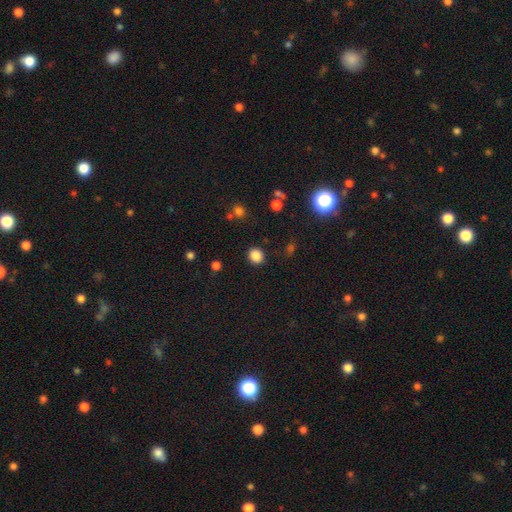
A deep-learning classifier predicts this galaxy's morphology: smooth_or_featured: smooth (p=0.85) [alt: star or artifact p=0.12]
how_rounded: round (p=0.81) [alt: in between p=0.18]
merging: none (p=0.88) [alt: minor disturbance p=0.07]